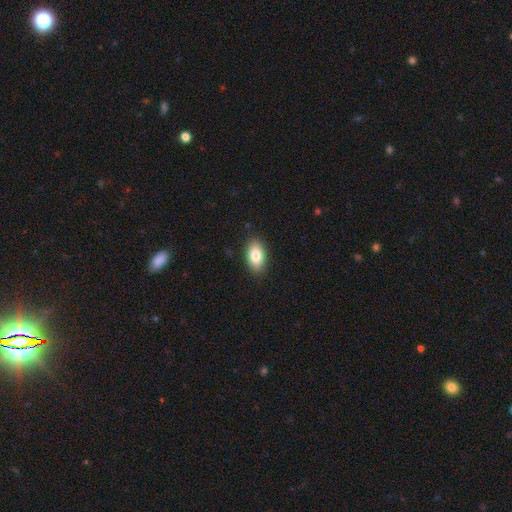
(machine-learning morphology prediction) A smooth galaxy with no disk features (83%) that is in between round and cigar-shaped (92%).

Vote fractions:
- Smooth or featured? smooth: 83% / featured or disk: 10% / star or artifact: 7%
- How rounded? in between: 92% / round: 6% / cigar-shaped: 3%
- Merging? none: 88% / minor disturbance: 9% / major disturbance: 2% / merger: 1%